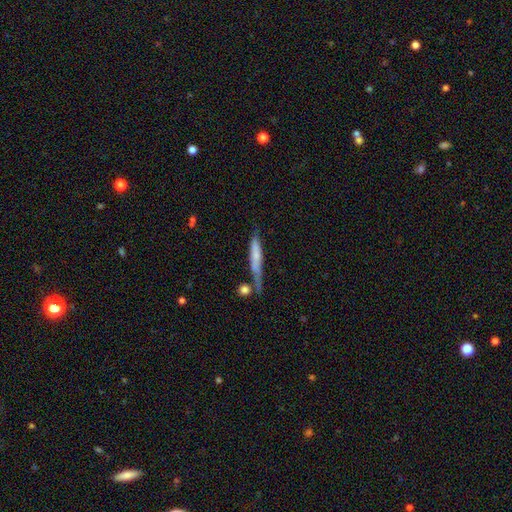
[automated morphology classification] This appears to be a smooth galaxy with no disk features (53%) that is cigar-shaped (90%). Merging: none (52%).